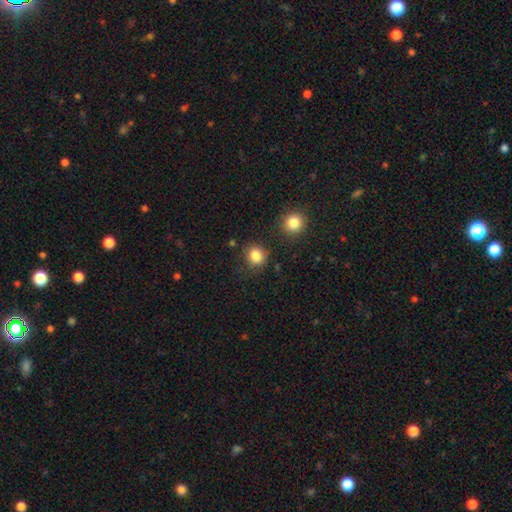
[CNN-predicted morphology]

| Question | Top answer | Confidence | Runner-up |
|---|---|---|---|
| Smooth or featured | smooth | 85% | star or artifact (11%) |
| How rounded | round | 77% | in between (22%) |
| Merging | none | 79% | minor disturbance (12%) |